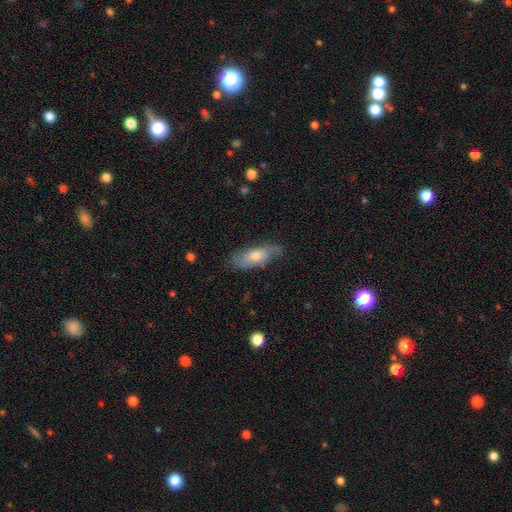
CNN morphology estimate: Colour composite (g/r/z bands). It shows a smooth galaxy with no disk features (53%) that is in between round and cigar-shaped (60%). Merging: none (74%).